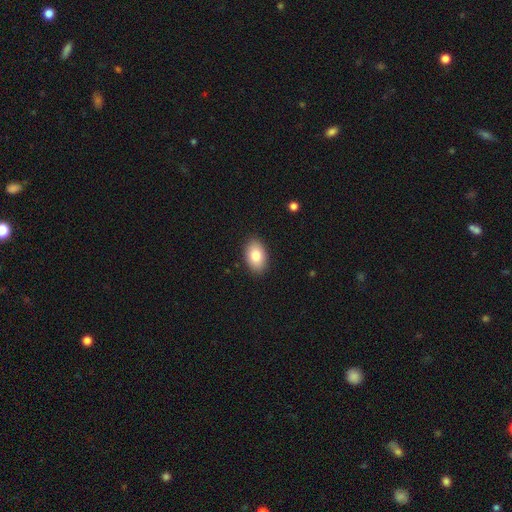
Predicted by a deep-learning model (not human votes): Overall: smooth (82%). How rounded: in between (90%). Merging: none (89%).